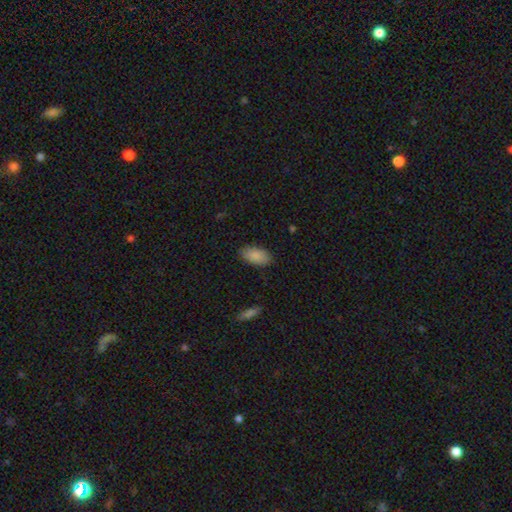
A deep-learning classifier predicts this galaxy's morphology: Smooth or featured? smooth (88%)
How rounded? in between (94%)
Merging? none (86%)